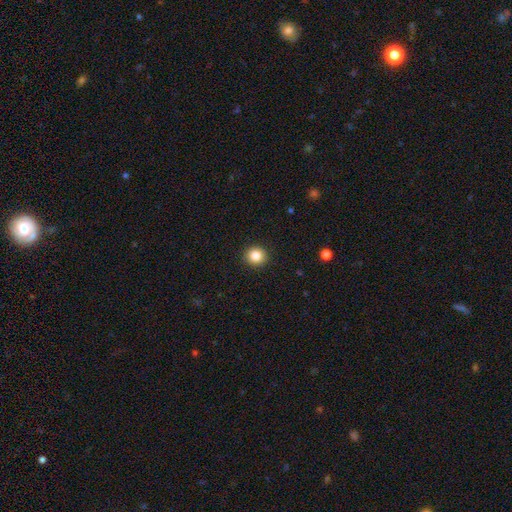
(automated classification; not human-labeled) This appears to be a smooth galaxy with no disk features (85%) that is round (90%). Merging: none (92%).